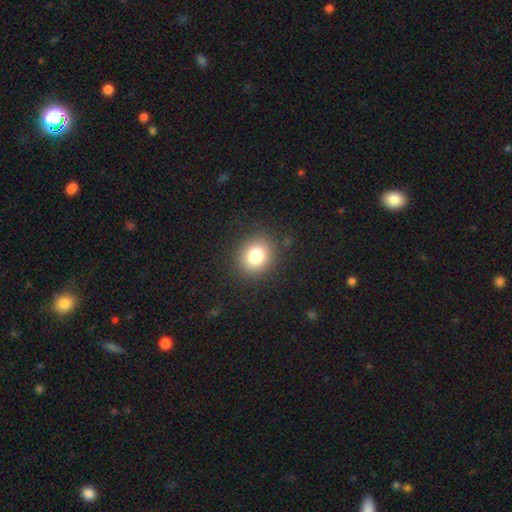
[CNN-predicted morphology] Overall: smooth (79%). How rounded: round (76%). Merging: none (88%).